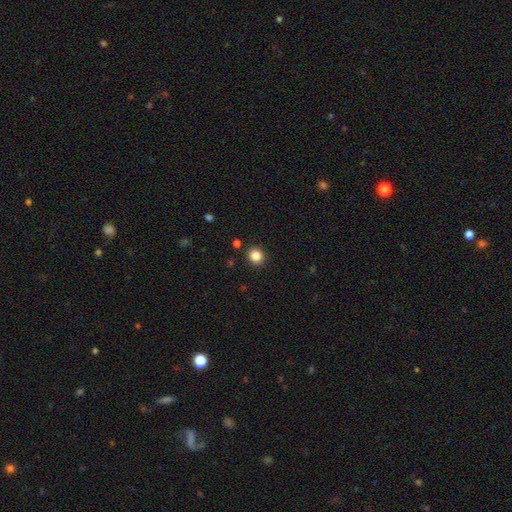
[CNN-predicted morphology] type=smooth (84%); roundness=round (88%); merging=none (91%).